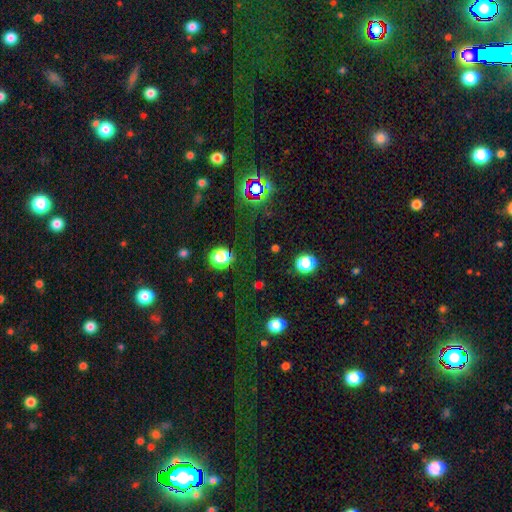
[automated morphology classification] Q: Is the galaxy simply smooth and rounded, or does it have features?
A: star or artifact — 71%.